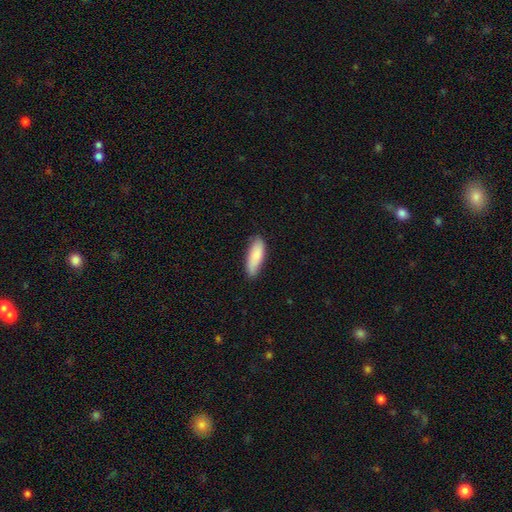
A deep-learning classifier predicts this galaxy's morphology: A smooth galaxy with no disk features (85%) that is in between round and cigar-shaped (57%). Merging: none (76%).